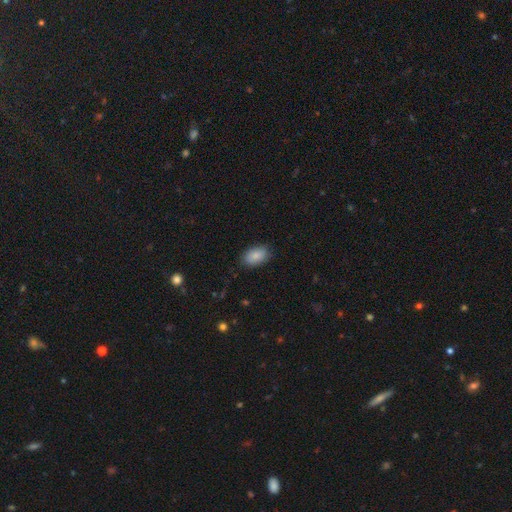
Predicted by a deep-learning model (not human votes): smooth 86%, star or artifact 7%, featured or disk 7%. Down the decision tree: how rounded — in between (92%); merging — none (83%).